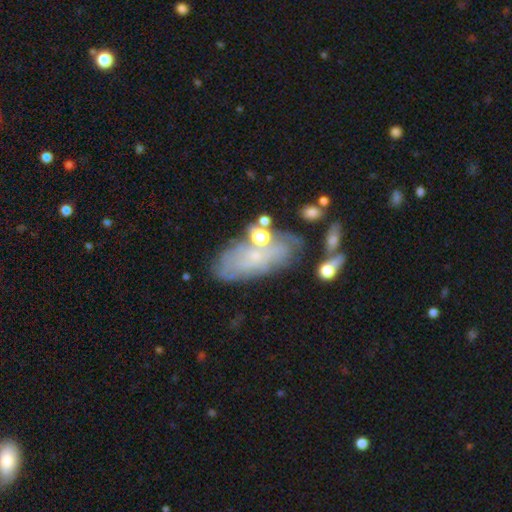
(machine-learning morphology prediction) Smooth or featured? featured or disk (52%)
Edge-on disk? no (89%)
Merging? none (59%)